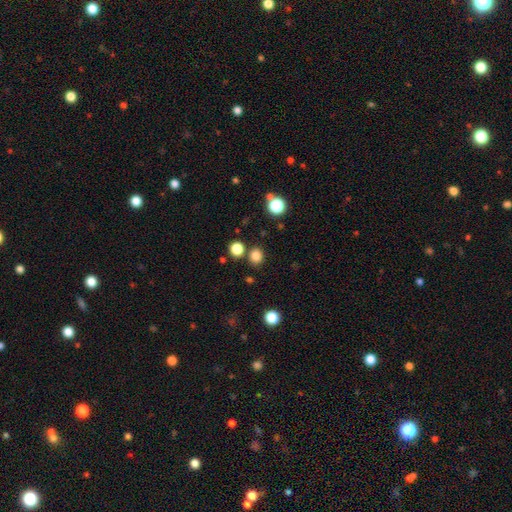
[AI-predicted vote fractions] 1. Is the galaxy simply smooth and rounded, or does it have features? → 81% smooth, 14% star or artifact, 4% featured or disk.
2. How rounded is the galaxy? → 79% round, 20% in between, 1% cigar-shaped.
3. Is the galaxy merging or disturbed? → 83% none, 7% minor disturbance, 7% merger, 3% major disturbance.